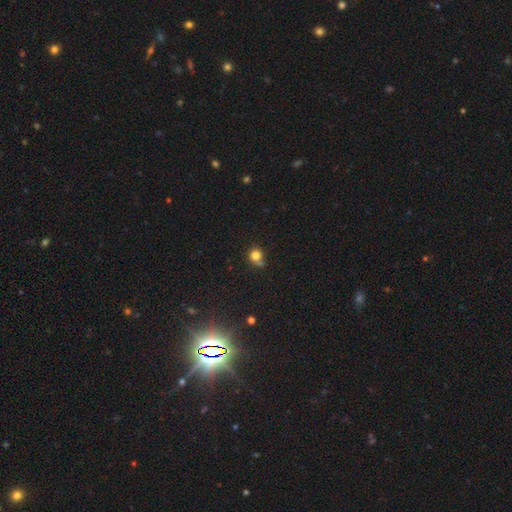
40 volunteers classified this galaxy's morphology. type=smooth (82%); roundness=round (85%); merging=none (69%).